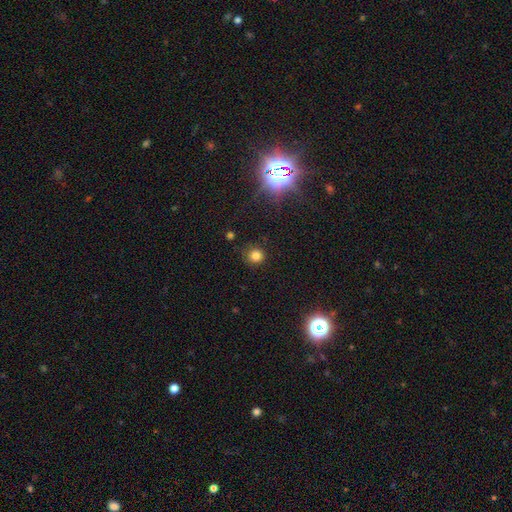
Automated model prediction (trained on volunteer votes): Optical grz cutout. It shows a smooth galaxy with no disk features (79%) that is round (91%). Merging: none (84%).